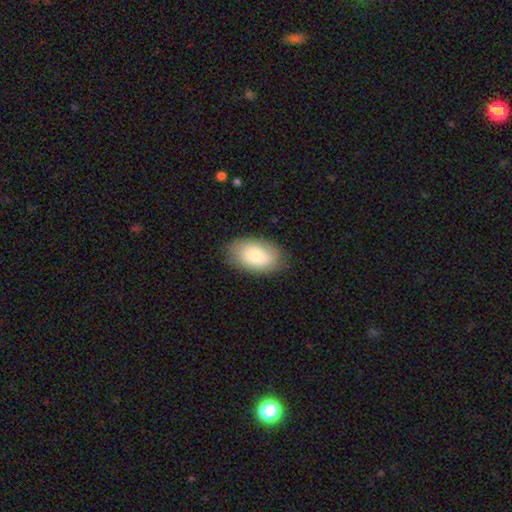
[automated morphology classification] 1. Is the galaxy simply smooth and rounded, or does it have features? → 75% smooth, 18% featured or disk, 7% star or artifact.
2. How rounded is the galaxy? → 91% in between, 8% round, 1% cigar-shaped.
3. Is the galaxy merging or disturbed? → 83% none, 12% minor disturbance, 3% major disturbance, 1% merger.